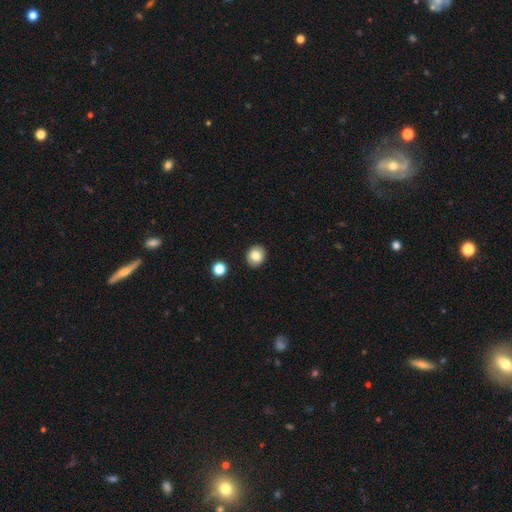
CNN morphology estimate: Smooth or featured? Predicted: smooth (p=0.81). How rounded? Predicted: round (p=0.72). Merging? Predicted: none (p=0.90).